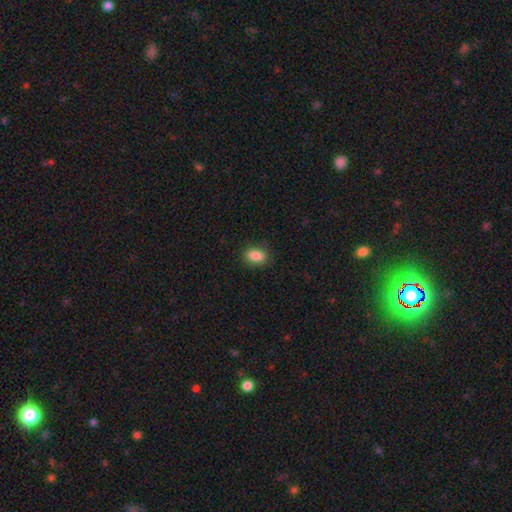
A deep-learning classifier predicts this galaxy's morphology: smooth-or-featured: smooth: 87% | star or artifact: 8% | featured or disk: 4%
  how-rounded: in between: 85% | round: 12% | cigar-shaped: 2%
  merging: none: 84% | minor disturbance: 12% | major disturbance: 3% | merger: 1%